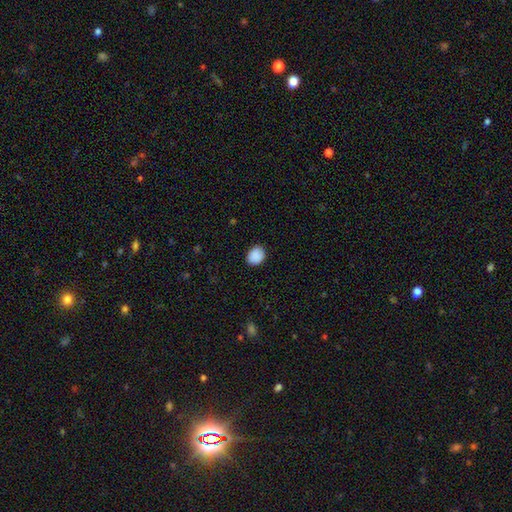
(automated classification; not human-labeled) Smooth or featured? Predicted: smooth (p=0.90). How rounded? Predicted: round (p=0.51). Merging? Predicted: none (p=0.86).